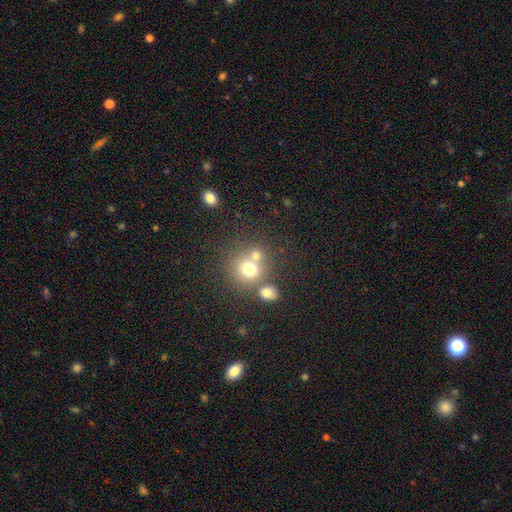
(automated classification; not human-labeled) This is likely a smooth galaxy (71%). How rounded: clearly round (85%). Merging: possibly none (51%).